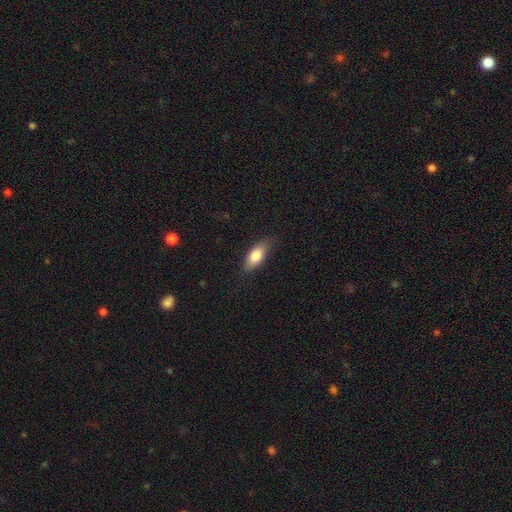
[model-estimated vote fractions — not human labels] Q: Smooth or featured?
A: smooth (80%); runner-up: featured or disk (14%)
Q: How rounded?
A: in between (82%); runner-up: cigar-shaped (15%)
Q: Merging?
A: none (77%); runner-up: minor disturbance (18%)